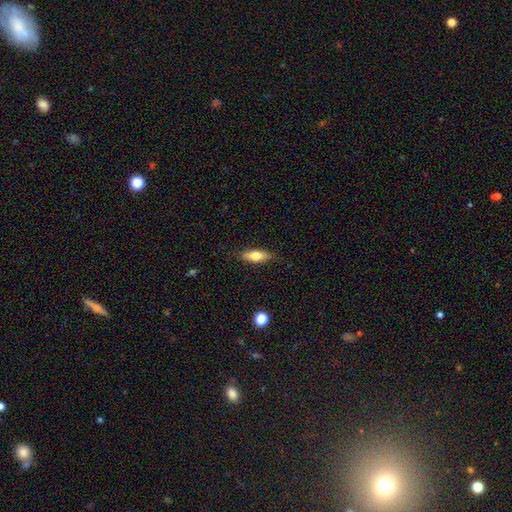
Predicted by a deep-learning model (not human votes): smooth 68%, featured or disk 25%, star or artifact 7%. Down the decision tree: how rounded — in between (65%); merging — none (80%).